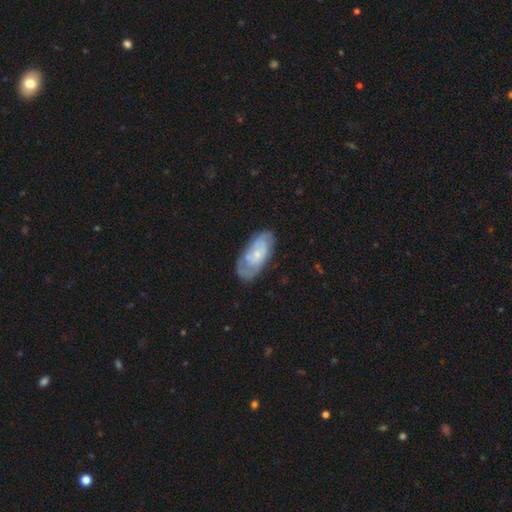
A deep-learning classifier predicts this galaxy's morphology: type=featured or disk (60%); edge-on=no (92%); bar=no (76%); spiral arms=yes (74%); bulge=small (70%); merging=none (67%).